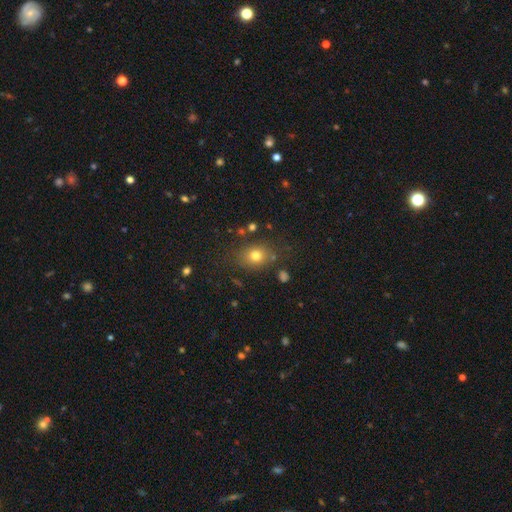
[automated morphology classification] smooth-or-featured: smooth: 75% | star or artifact: 14% | featured or disk: 11%
  how-rounded: round: 52% | in between: 47% | cigar-shaped: 1%
  merging: none: 78% | minor disturbance: 13% | major disturbance: 5% | merger: 4%